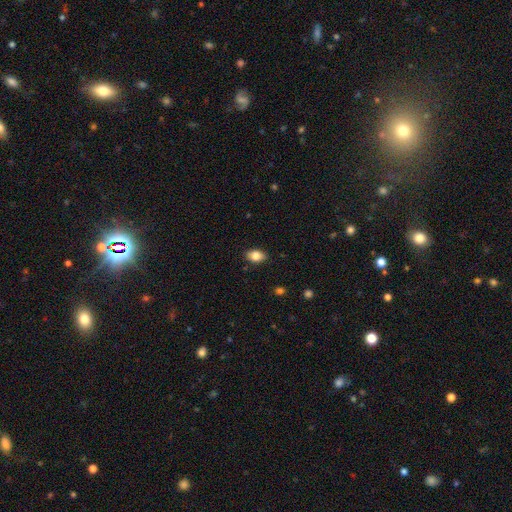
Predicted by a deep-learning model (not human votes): This is clearly a smooth galaxy (84%). How rounded: clearly in between (86%). Merging: clearly none (87%).